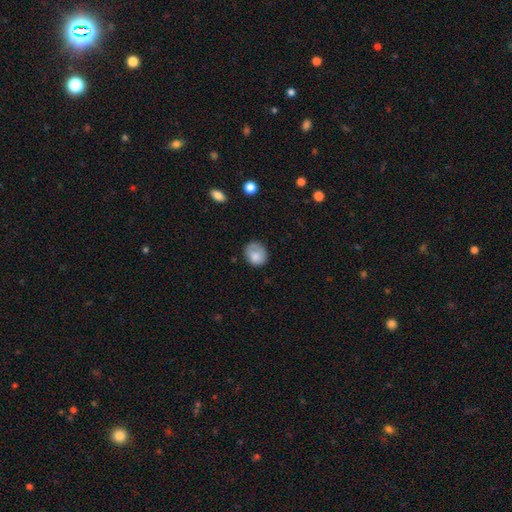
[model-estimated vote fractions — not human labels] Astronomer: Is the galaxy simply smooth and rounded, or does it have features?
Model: smooth — 79%.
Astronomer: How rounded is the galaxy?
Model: round — 62% (runner-up: in between, 37%).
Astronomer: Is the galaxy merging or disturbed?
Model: none — 59%.